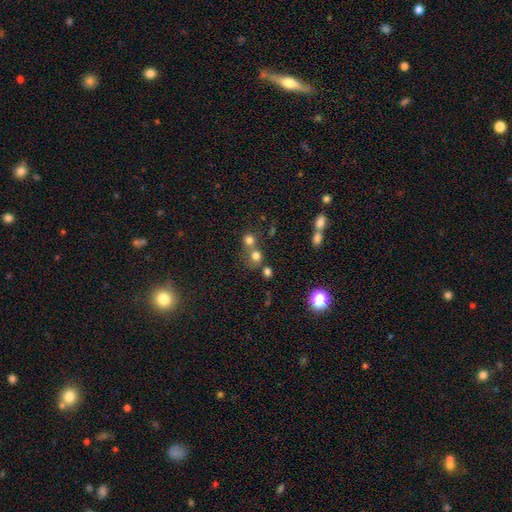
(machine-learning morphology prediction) Smooth or featured? Predicted: smooth (p=0.71). How rounded? Predicted: round (p=0.84). Merging? Predicted: none (p=0.47).